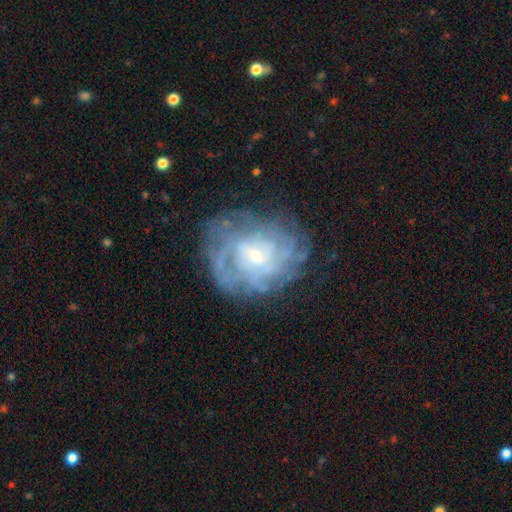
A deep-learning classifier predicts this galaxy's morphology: smooth-or-featured: featured or disk: 78% | smooth: 14% | star or artifact: 8%
  disk-edge-on: no: 97% | yes: 3%
    bar: no: 58% | weak: 35% | strong: 6%
    has-spiral-arms: yes: 79% | no: 21%
      spiral-winding: tight: 62% | medium: 28% | loose: 10%
      spiral-arm-count: can't tell: 57% | 4: 12% | more than 4: 9% | 2: 9% | 3: 8% | 1: 5%
    bulge-size: small: 63% | moderate: 30% | none: 3% | large: 2% | dominant: 1%
  merging: none: 67% | minor disturbance: 19% | major disturbance: 12% | merger: 2%